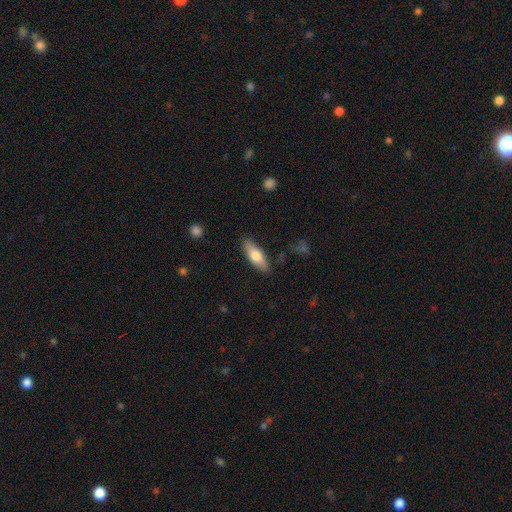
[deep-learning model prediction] smooth-or-featured: smooth: 68% | featured or disk: 27% | star or artifact: 6%
  how-rounded: in between: 61% | cigar-shaped: 37% | round: 2%
  merging: none: 86% | minor disturbance: 10% | major disturbance: 2% | merger: 1%